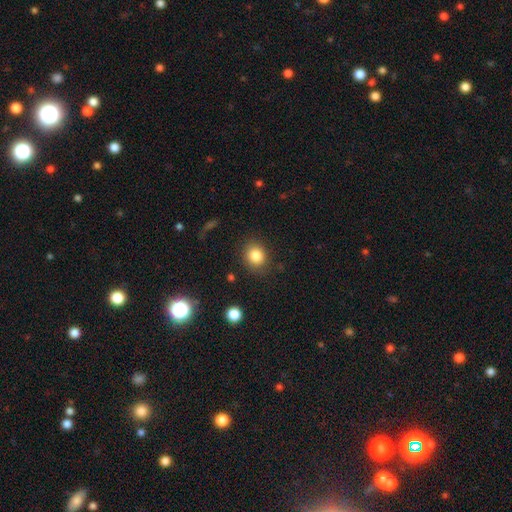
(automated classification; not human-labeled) Smooth or featured? Predicted: smooth (p=0.83). How rounded? Predicted: round (p=0.73). Merging? Predicted: none (p=0.85).